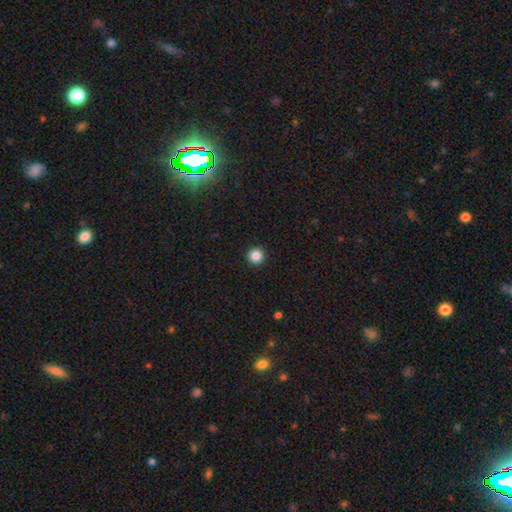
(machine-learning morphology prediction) smooth 86%, star or artifact 11%, featured or disk 3%. Down the decision tree: how rounded — round (96%); merging — none (94%).